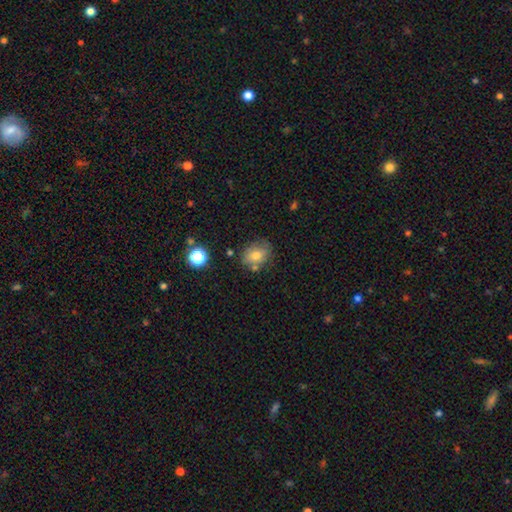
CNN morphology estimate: Smooth or featured: smooth — 73% (featured or disk — 16%)
How rounded: in between — 53% (round — 46%)
Merging: none — 66% (minor disturbance — 20%)